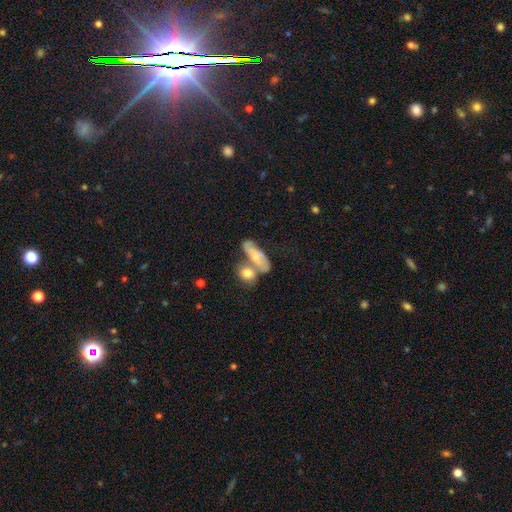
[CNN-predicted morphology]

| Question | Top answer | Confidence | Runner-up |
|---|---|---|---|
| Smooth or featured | smooth | 56% | featured or disk (37%) |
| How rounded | in between | 64% | cigar-shaped (28%) |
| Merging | merger | 47% | none (32%) |